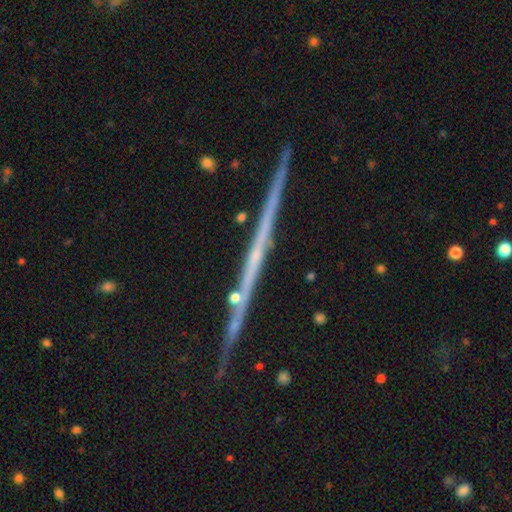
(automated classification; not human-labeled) This appears to be a featured or disk galaxy (68%) viewed edge-on (97%) with no central bulge (87%). Merging: none (87%).